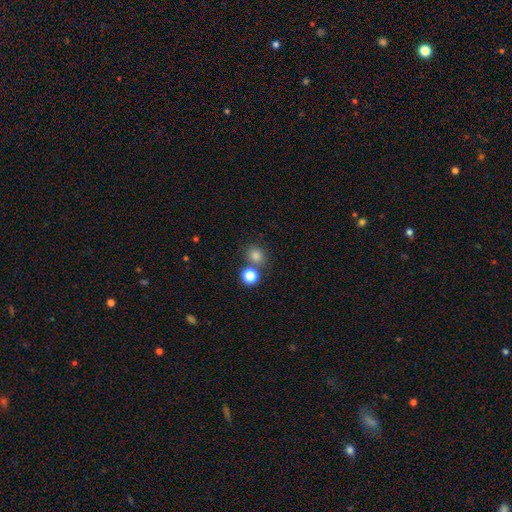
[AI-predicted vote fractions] Smooth or featured: smooth — 79% (star or artifact — 15%)
How rounded: round — 75% (in between — 24%)
Merging: none — 68% (merger — 20%)